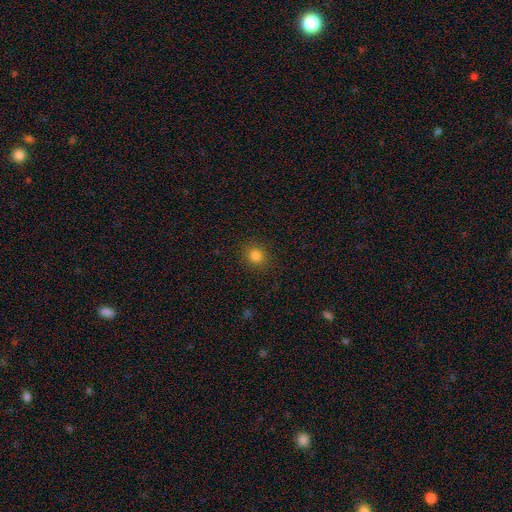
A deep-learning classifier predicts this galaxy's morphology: Smooth or featured: smooth — 83% (star or artifact — 13%)
How rounded: round — 84% (in between — 15%)
Merging: none — 90% (minor disturbance — 7%)